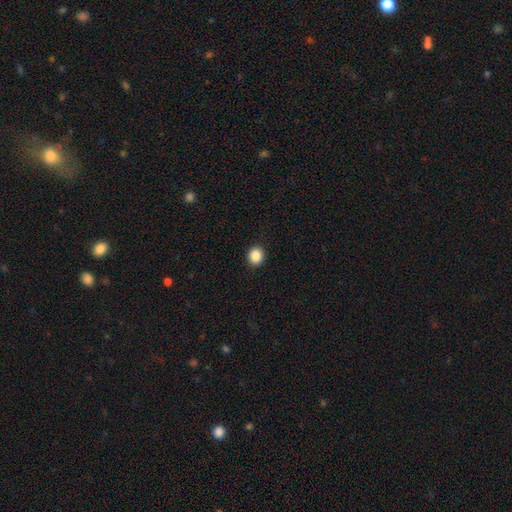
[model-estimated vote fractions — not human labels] Smooth or featured?
  - smooth: 88% *
  - star or artifact: 9%
  - featured or disk: 3%
How rounded?
  - round: 80% *
  - in between: 19%
  - cigar-shaped: 1%
Merging?
  - none: 91% *
  - minor disturbance: 6%
  - major disturbance: 2%
  - merger: 1%